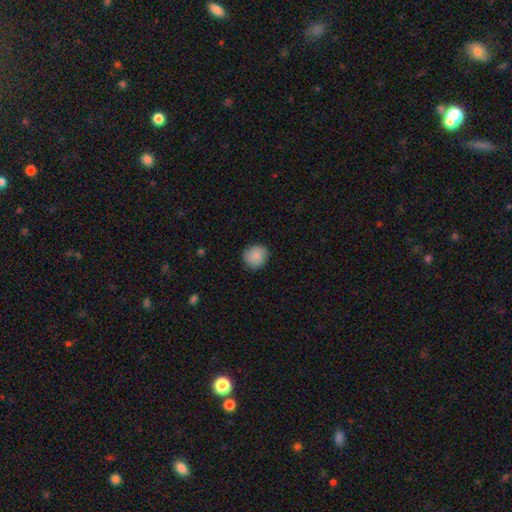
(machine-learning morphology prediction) This appears to be a smooth galaxy with no disk features (84%) that is round (88%). Merging: none (85%).